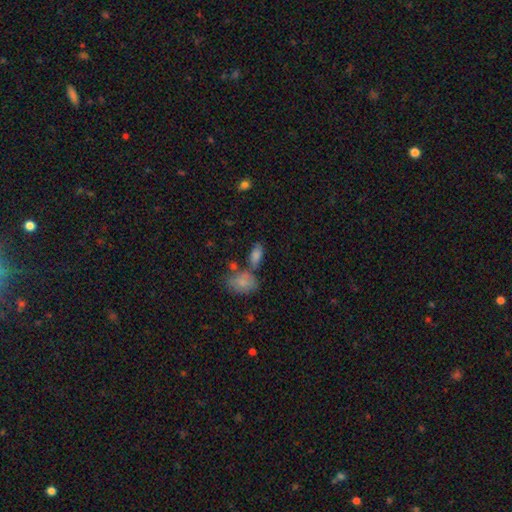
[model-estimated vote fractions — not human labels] Morphology: type=smooth (78%); roundness=in between (85%); merging=none (54%).